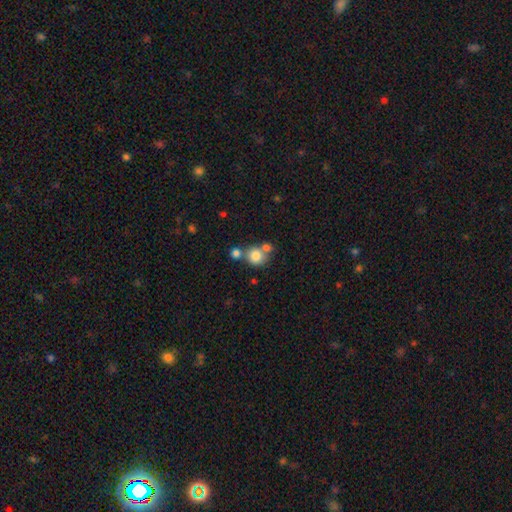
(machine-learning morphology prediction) A smooth galaxy with no disk features (79%) that is round (84%).

Vote fractions:
- Smooth or featured? smooth: 79% / star or artifact: 11% / featured or disk: 10%
- How rounded? round: 84% / in between: 15% / cigar-shaped: 1%
- Merging? none: 50% / merger: 37% / minor disturbance: 9% / major disturbance: 4%